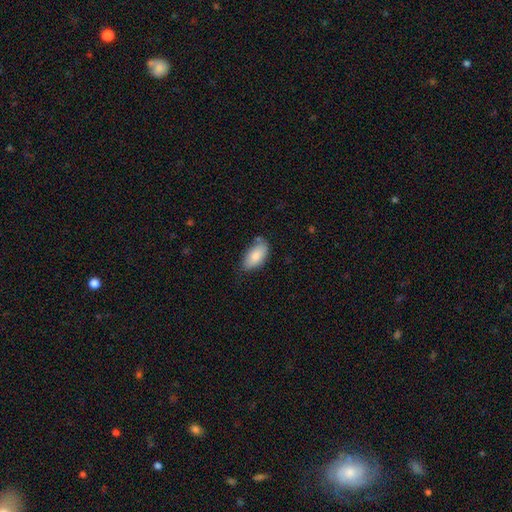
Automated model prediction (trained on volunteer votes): This is clearly a smooth galaxy (85%). How rounded: clearly in between (93%). Merging: likely none (69%).